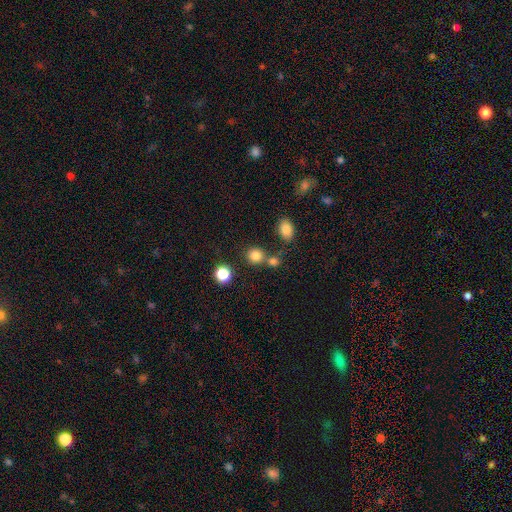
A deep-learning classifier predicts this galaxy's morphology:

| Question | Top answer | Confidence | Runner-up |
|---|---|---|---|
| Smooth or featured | smooth | 82% | star or artifact (13%) |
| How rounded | round | 85% | in between (14%) |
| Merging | none | 67% | merger (21%) |